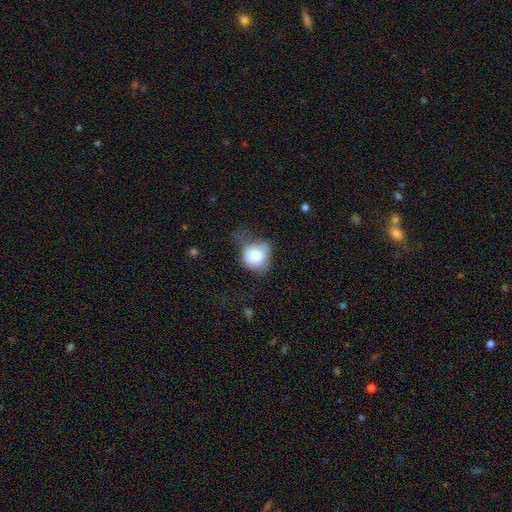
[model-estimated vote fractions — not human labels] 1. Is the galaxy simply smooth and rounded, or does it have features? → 74% smooth, 17% featured or disk, 9% star or artifact.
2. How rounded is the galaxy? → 70% round, 29% in between, 1% cigar-shaped.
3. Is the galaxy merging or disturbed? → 35% minor disturbance, 30% major disturbance, 29% none, 6% merger.